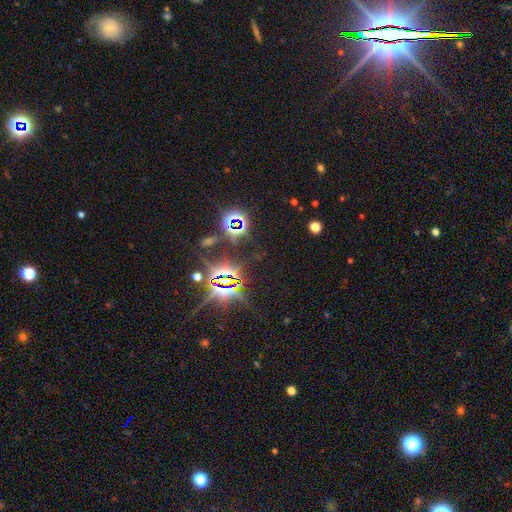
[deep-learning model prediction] This is clearly a star or artifact rather than a galaxy (84%).